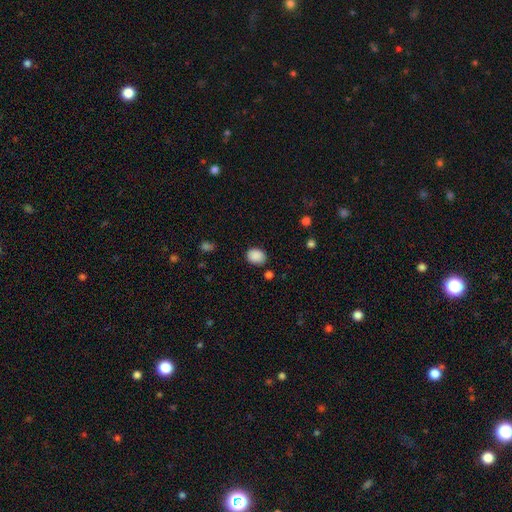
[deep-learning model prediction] Morphology: type=smooth (89%); roundness=in between (56%); merging=none (82%).